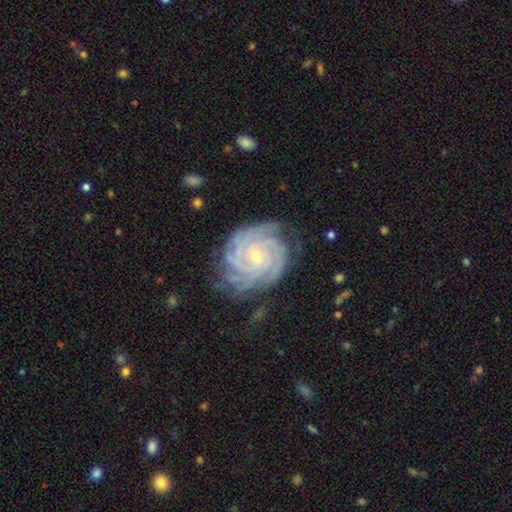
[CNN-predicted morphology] smooth-or-featured: featured or disk: 90% | star or artifact: 5% | smooth: 4%
  disk-edge-on: no: 98% | yes: 2%
    bar: no: 71% | weak: 22% | strong: 7%
    has-spiral-arms: yes: 98% | no: 2%
      spiral-winding: tight: 82% | medium: 15% | loose: 2%
      spiral-arm-count: 4: 31% | can't tell: 18% | more than 4: 17% | 3: 17% | 2: 9% | 1: 7%
    bulge-size: small: 64% | moderate: 33% | large: 1% | none: 1% | dominant: 1%
  merging: none: 75% | minor disturbance: 18% | major disturbance: 6% | merger: 1%